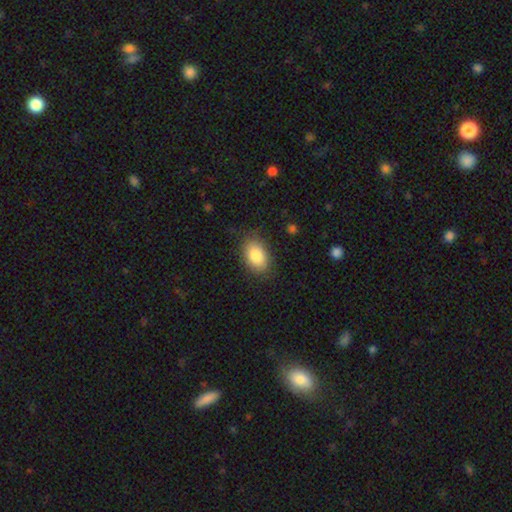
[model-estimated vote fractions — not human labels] Morphology: type=smooth (85%); roundness=in between (89%); merging=none (81%).